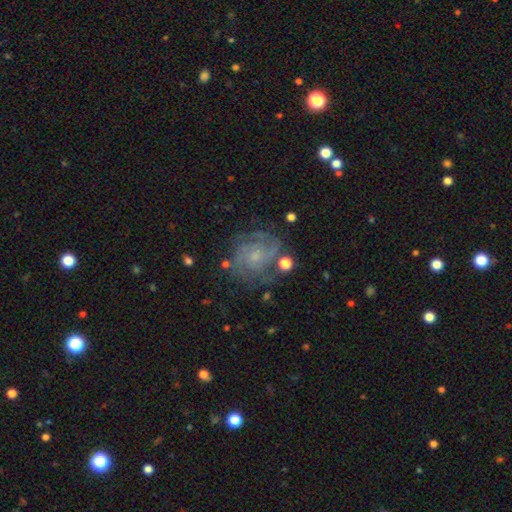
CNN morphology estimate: This is likely a featured or disk galaxy (77%). It is clearly not viewed edge-on (98%). Bar: likely no (73%). Spiral arm pattern: clearly yes (94%). Spiral arm count: marginally can't tell (31%). Spiral winding: likely tight (60%). Central bulge: likely small (70%). Merging: likely none (73%).